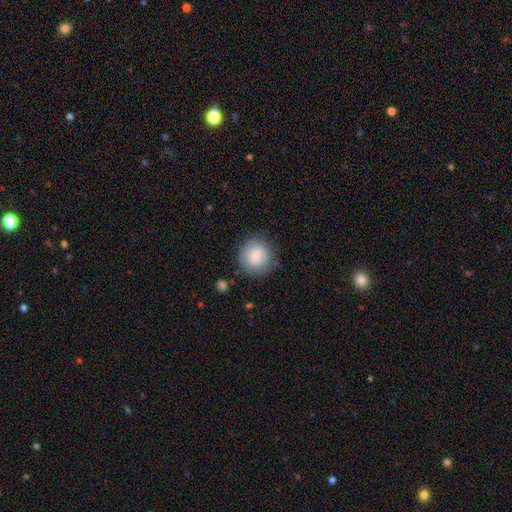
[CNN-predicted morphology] Smooth or featured: smooth — 82% (featured or disk — 10%)
How rounded: round — 92% (in between — 7%)
Merging: none — 83% (minor disturbance — 11%)